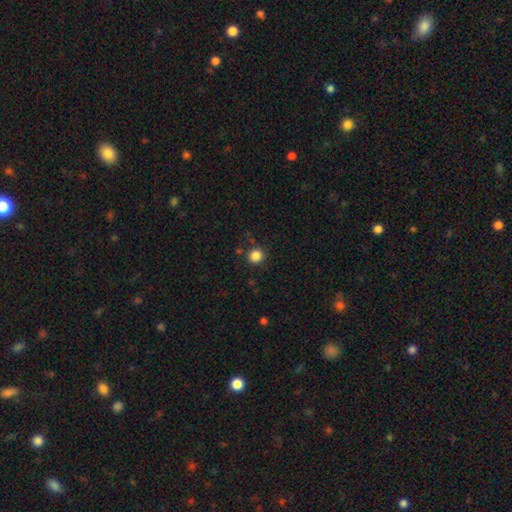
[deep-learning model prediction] A smooth galaxy with no disk features (85%) that is round (90%).

Vote fractions:
- Smooth or featured? smooth: 85% / star or artifact: 11% / featured or disk: 3%
- How rounded? round: 90% / in between: 9% / cigar-shaped: 1%
- Merging? none: 87% / minor disturbance: 8% / major disturbance: 3% / merger: 3%